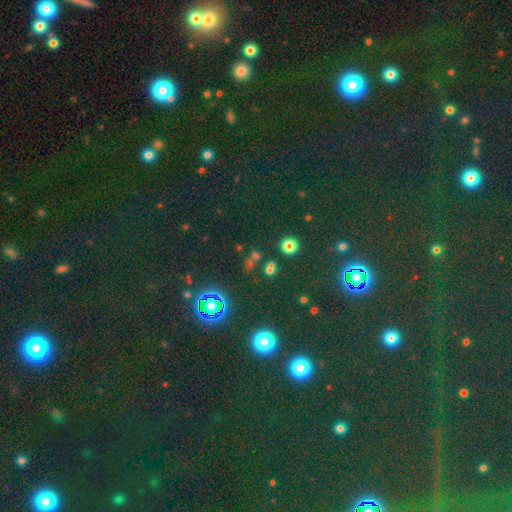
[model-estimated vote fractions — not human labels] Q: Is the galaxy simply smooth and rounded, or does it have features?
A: star or artifact — 69%.